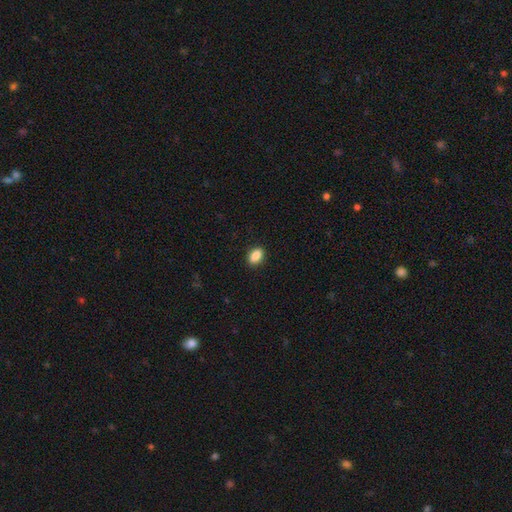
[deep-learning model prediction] Smooth or featured: smooth — 88% (star or artifact — 8%)
How rounded: in between — 85% (round — 13%)
Merging: none — 90% (minor disturbance — 7%)